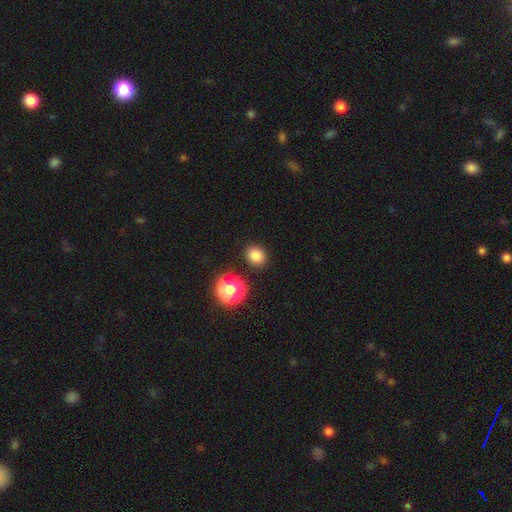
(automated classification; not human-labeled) Smooth or featured?
  - smooth: 81% *
  - star or artifact: 14%
  - featured or disk: 4%
How rounded?
  - round: 66% *
  - in between: 33%
  - cigar-shaped: 1%
Merging?
  - none: 87% *
  - minor disturbance: 8%
  - merger: 3%
  - major disturbance: 3%